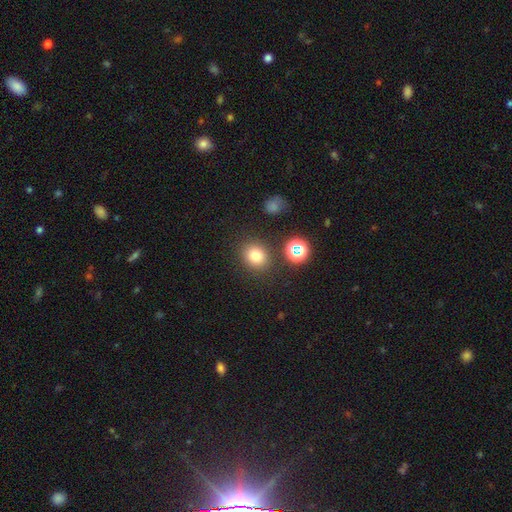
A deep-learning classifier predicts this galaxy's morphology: Overall: smooth (76%). How rounded: round (75%). Merging: none (84%).